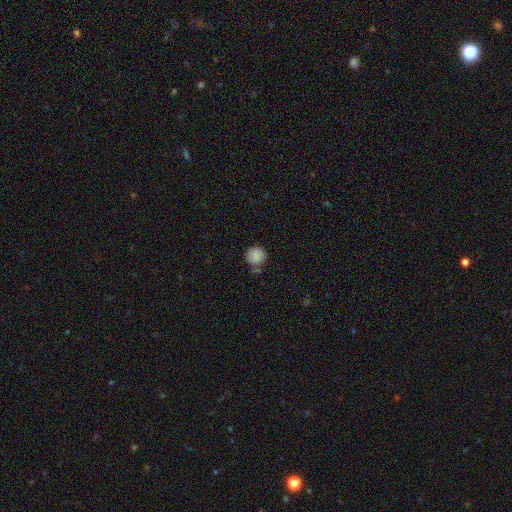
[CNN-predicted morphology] Smooth or featured?
  - smooth: 85% *
  - star or artifact: 9%
  - featured or disk: 7%
How rounded?
  - round: 91% *
  - in between: 8%
  - cigar-shaped: 1%
Merging?
  - none: 70% *
  - minor disturbance: 18%
  - merger: 8%
  - major disturbance: 5%